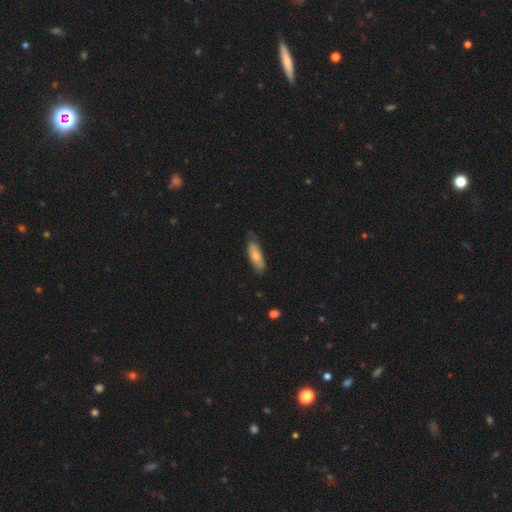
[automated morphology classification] This is likely a smooth galaxy (70%). How rounded: possibly in between (59%). Merging: likely none (68%).